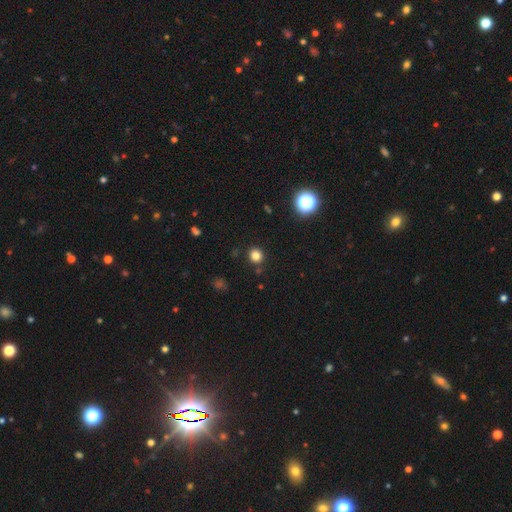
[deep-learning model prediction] smooth_or_featured: smooth (p=0.81) [alt: star or artifact p=0.14]
how_rounded: round (p=0.91) [alt: in between p=0.08]
merging: none (p=0.88) [alt: minor disturbance p=0.06]